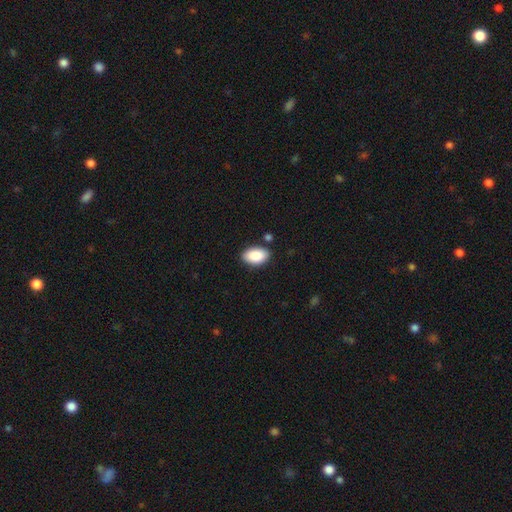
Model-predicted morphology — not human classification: Smooth or featured? Predicted: smooth (p=0.89). How rounded? Predicted: in between (p=0.93). Merging? Predicted: none (p=0.84).